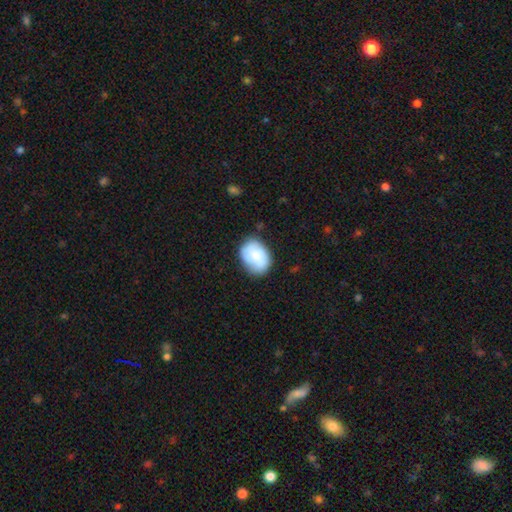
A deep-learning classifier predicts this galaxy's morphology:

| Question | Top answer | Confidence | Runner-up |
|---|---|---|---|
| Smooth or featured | smooth | 78% | featured or disk (15%) |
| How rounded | in between | 73% | round (26%) |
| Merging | none | 68% | minor disturbance (24%) |